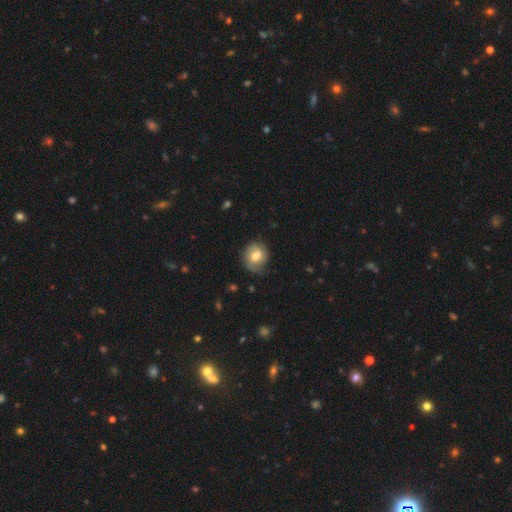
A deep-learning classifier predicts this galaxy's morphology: This appears to be a smooth galaxy with no disk features (56%) that is round (71%). Merging: none (64%).